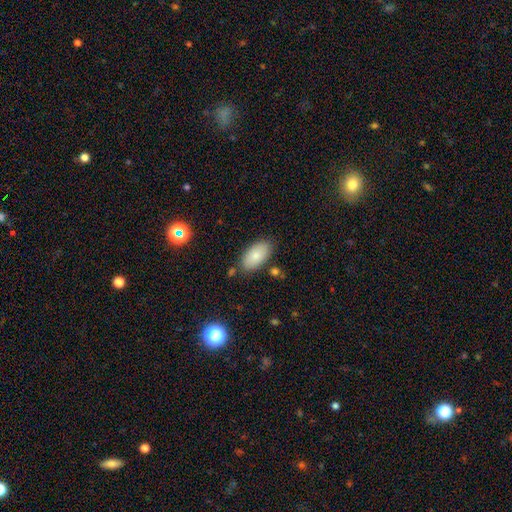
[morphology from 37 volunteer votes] This appears to be a smooth galaxy with no disk features (76%) that is in between round and cigar-shaped (100%). Merging: none (83%).